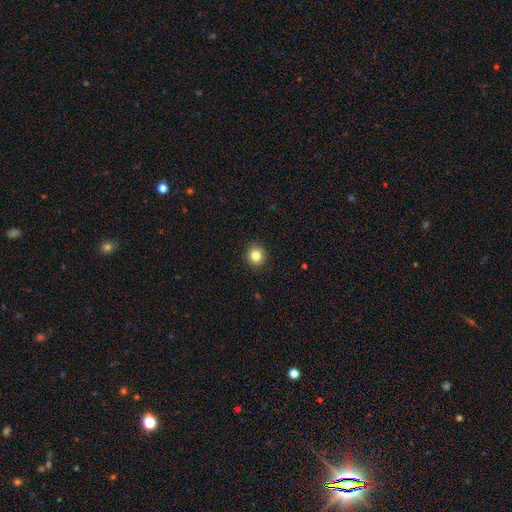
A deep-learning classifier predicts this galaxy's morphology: Smooth or featured? smooth (84%)
How rounded? round (88%)
Merging? none (92%)